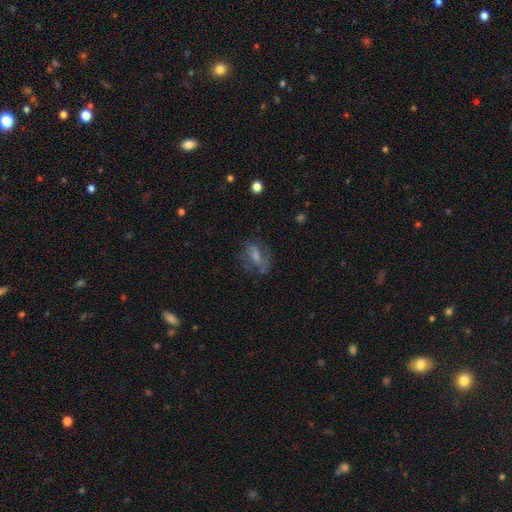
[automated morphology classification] type=featured or disk (48%); merging=none (62%).